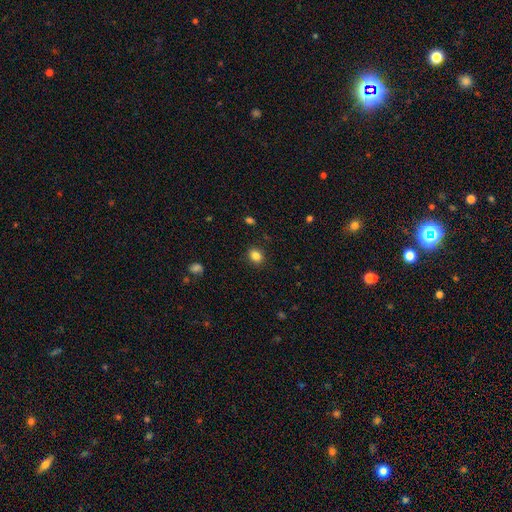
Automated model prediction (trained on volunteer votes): smooth-or-featured: smooth: 85% | star or artifact: 11% | featured or disk: 4%
  how-rounded: round: 60% | in between: 40% | cigar-shaped: 1%
  merging: none: 89% | minor disturbance: 8% | major disturbance: 2% | merger: 1%